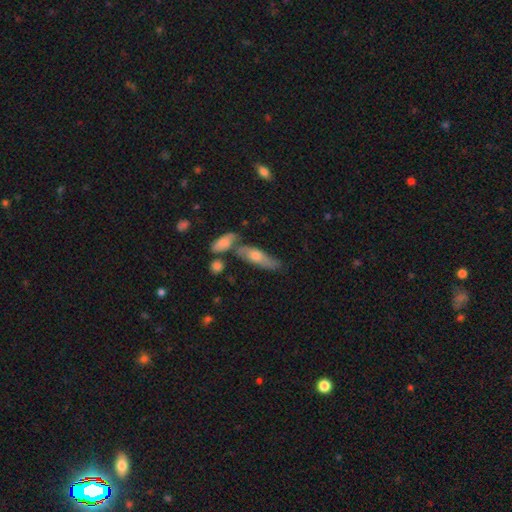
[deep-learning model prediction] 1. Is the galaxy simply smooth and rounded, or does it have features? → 48% smooth, 44% featured or disk, 8% star or artifact.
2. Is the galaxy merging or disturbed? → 50% none, 23% merger, 19% minor disturbance, 8% major disturbance.